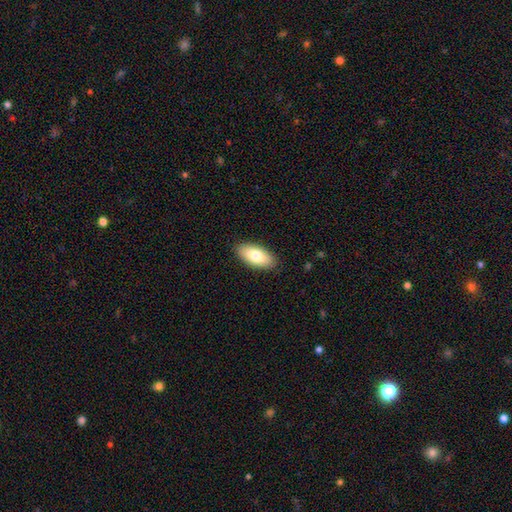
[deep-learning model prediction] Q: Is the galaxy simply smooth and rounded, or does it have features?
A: smooth — 78%.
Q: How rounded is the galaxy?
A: in between — 90%.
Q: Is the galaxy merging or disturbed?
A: none — 89%.